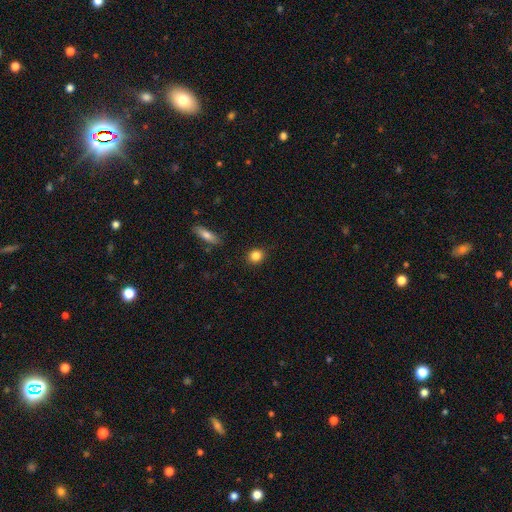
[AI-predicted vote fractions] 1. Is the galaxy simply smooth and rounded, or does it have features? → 85% smooth, 9% star or artifact, 5% featured or disk.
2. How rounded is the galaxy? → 73% round, 25% in between, 2% cigar-shaped.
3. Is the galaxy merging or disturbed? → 89% none, 7% minor disturbance, 2% major disturbance, 1% merger.